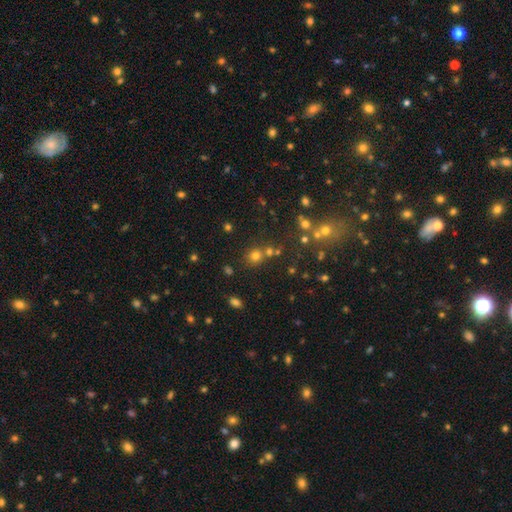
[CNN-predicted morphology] type=smooth (68%); roundness=round (86%); merging=none (67%).